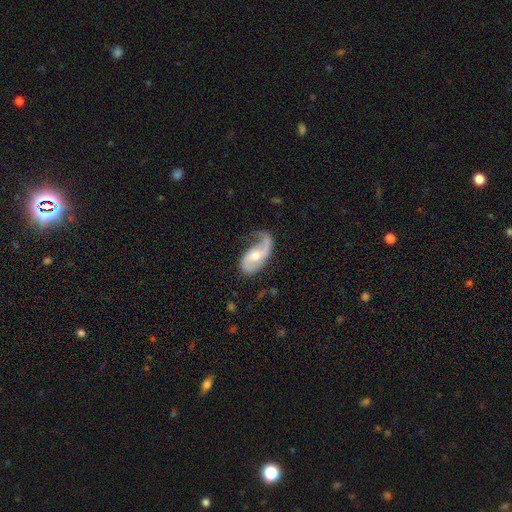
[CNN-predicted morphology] Smooth or featured? Predicted: featured or disk (p=0.83). Edge-on disk? Predicted: no (p=0.96). Bar? Predicted: no (p=0.50). Spiral arms? Predicted: yes (p=0.94). Spiral winding? Predicted: loose (p=0.59). Spiral arm count? Predicted: 2 (p=0.72). Bulge size? Predicted: moderate (p=0.67). Merging? Predicted: none (p=0.46).